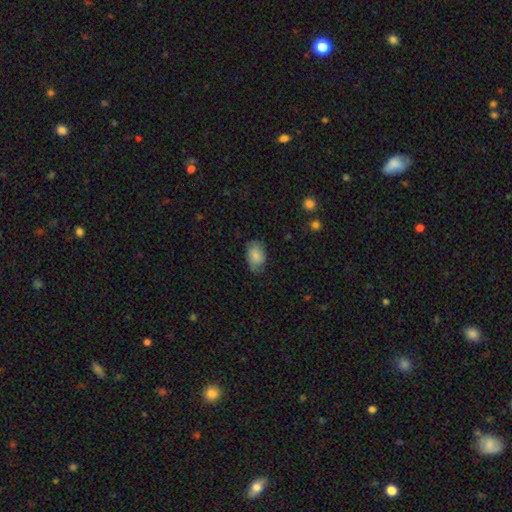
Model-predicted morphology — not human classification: The model was most divided on "merging": none: 64%, minor disturbance: 28%, major disturbance: 7%, merger: 1%. More confident: how rounded — in between (85%); smooth or featured — smooth (75%).